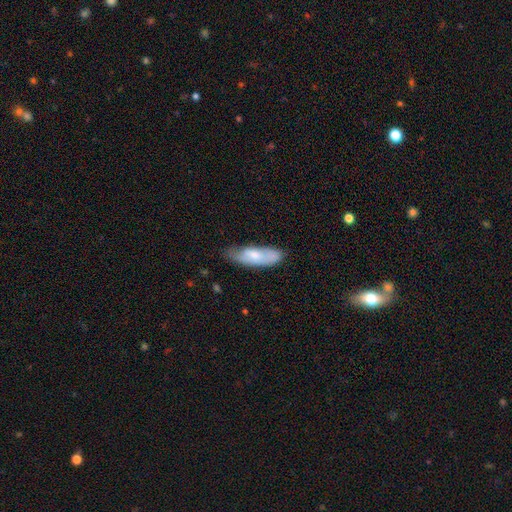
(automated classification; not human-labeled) Smooth or featured? smooth (65%)
How rounded? in between (63%)
Merging? none (57%)